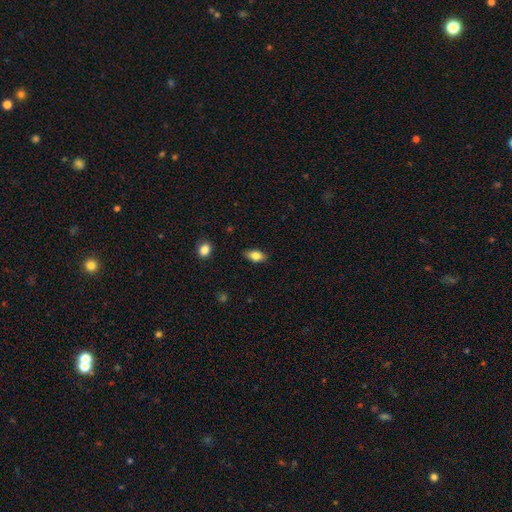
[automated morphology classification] type=smooth (78%); roundness=in between (87%); merging=none (85%).